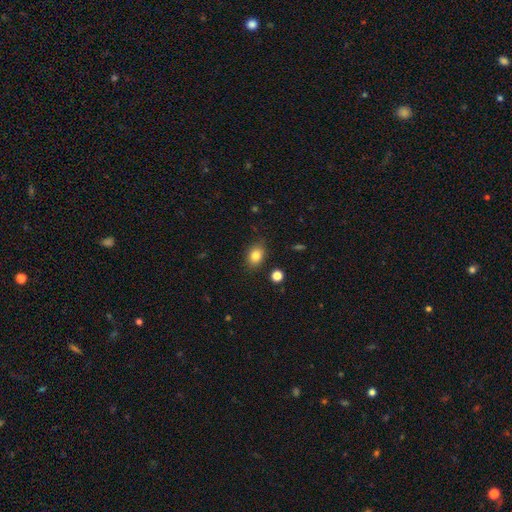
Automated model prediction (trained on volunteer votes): smooth 83%, star or artifact 10%, featured or disk 8%. Down the decision tree: how rounded — in between (68%); merging — none (84%).